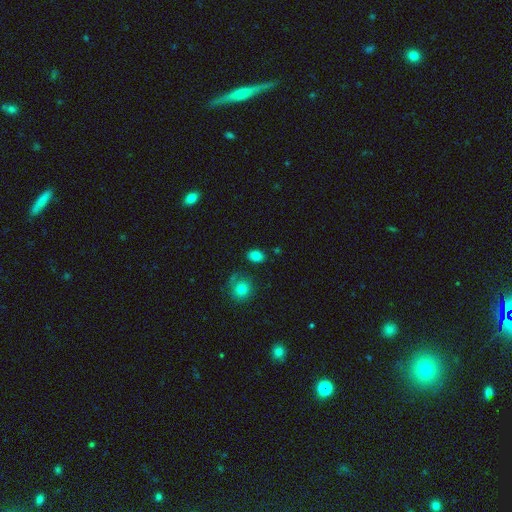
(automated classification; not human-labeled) Smooth or featured? smooth (82%)
How rounded? in between (73%)
Merging? none (82%)